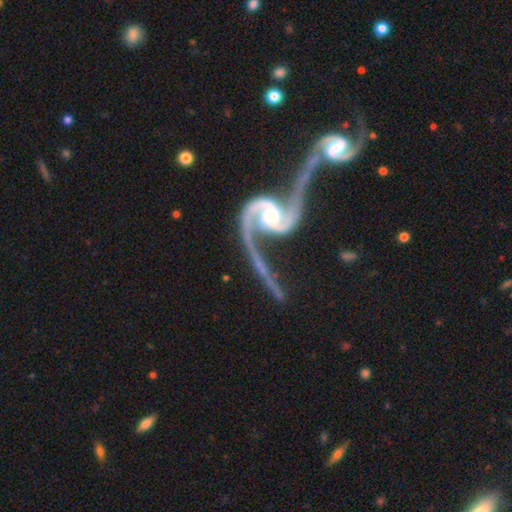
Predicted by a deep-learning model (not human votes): Morphology: type=featured or disk (93%); edge-on=no (96%); bar=weak (40%); spiral arms=yes (98%); winding=medium (44%); arm count=2 (92%); bulge=moderate (45%); merging=merger (52%).